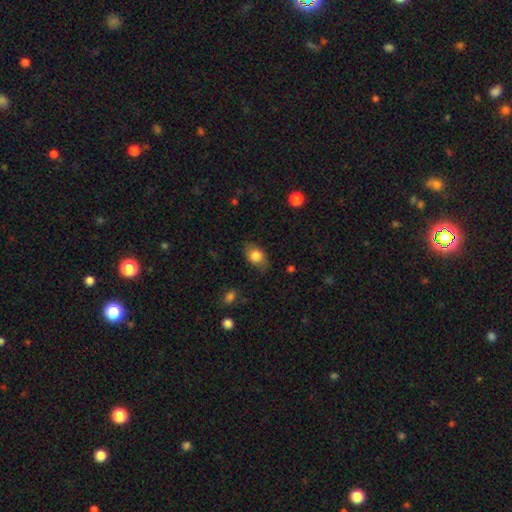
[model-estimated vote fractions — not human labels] Overall: smooth (80%). How rounded: in between (83%). Merging: none (77%).